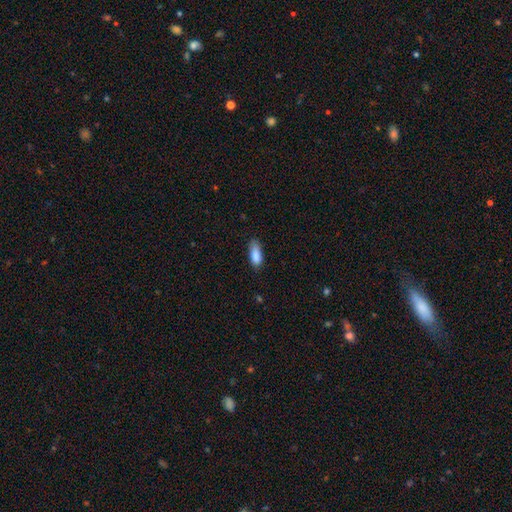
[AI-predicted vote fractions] This appears to be a smooth galaxy with no disk features (87%) that is in between round and cigar-shaped (76%). Merging: none (69%).